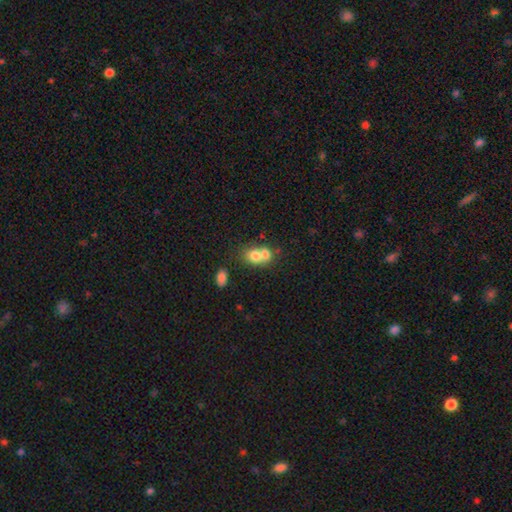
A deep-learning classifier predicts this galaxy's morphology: smooth_or_featured: smooth (p=0.71) [alt: featured or disk p=0.19]
how_rounded: round (p=0.52) [alt: in between p=0.47]
merging: merger (p=0.67) [alt: none p=0.23]